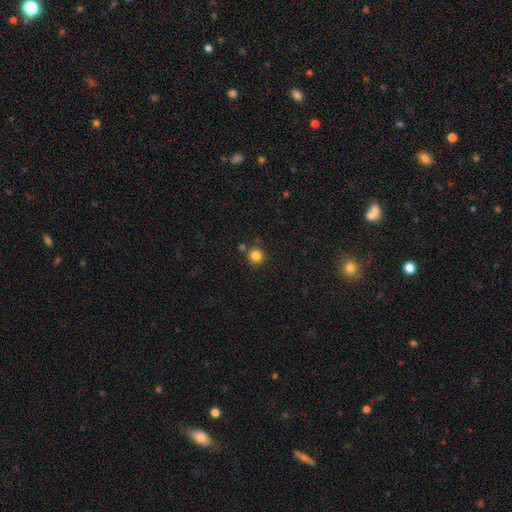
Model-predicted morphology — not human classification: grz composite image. It shows a smooth galaxy with no disk features (84%) that is round (94%). Merging: none (82%).